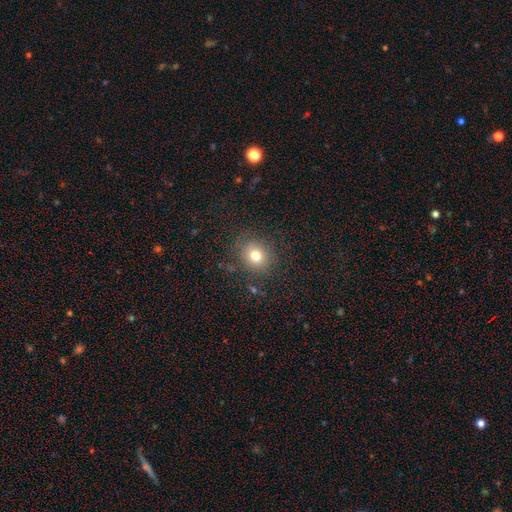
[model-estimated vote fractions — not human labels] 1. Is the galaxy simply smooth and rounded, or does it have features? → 76% smooth, 14% star or artifact, 9% featured or disk.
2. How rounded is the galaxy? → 79% round, 20% in between, 1% cigar-shaped.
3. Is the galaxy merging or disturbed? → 85% none, 10% minor disturbance, 4% major disturbance, 2% merger.